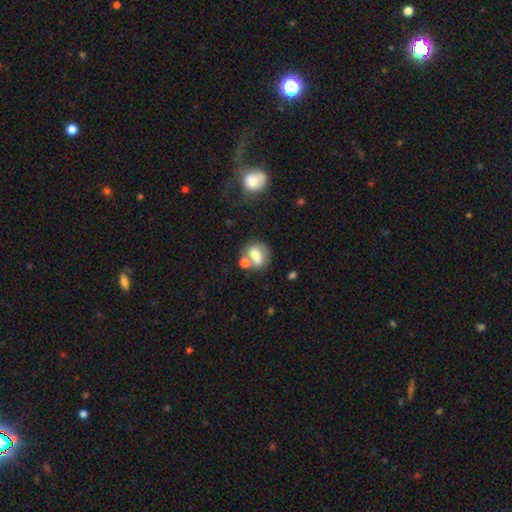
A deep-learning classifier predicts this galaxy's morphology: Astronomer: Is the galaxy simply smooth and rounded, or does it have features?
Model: smooth — 70%.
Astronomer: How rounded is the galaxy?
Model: in between — 55% (runner-up: round, 42%).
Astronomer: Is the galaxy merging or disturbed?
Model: none — 45% (runner-up: merger, 32%).